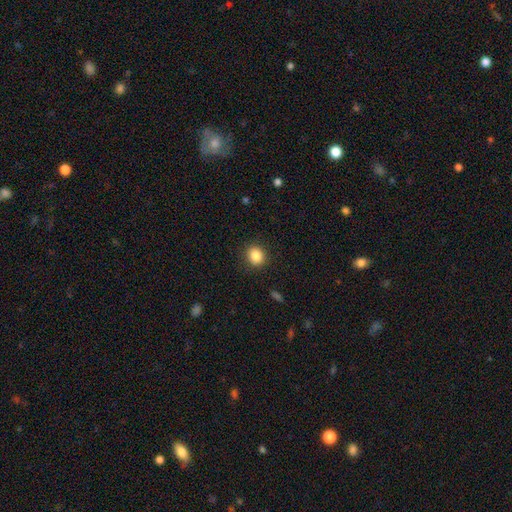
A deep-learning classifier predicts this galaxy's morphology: smooth_or_featured: smooth (p=0.85) [alt: star or artifact p=0.10]
how_rounded: round (p=0.75) [alt: in between p=0.24]
merging: none (p=0.90) [alt: minor disturbance p=0.07]